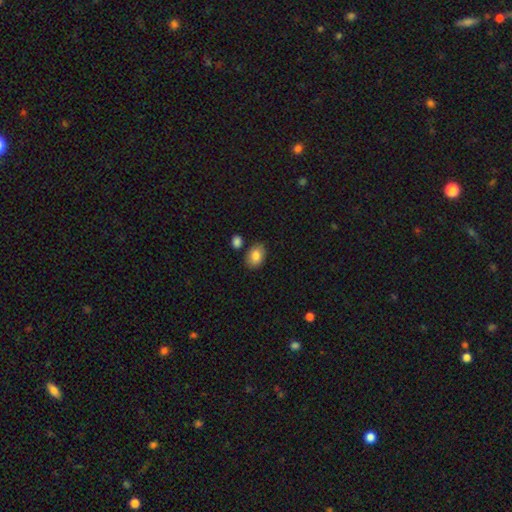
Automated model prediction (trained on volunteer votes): smooth_or_featured: smooth (p=0.85) [alt: star or artifact p=0.07]
how_rounded: in between (p=0.83) [alt: round p=0.16]
merging: none (p=0.78) [alt: minor disturbance p=0.13]